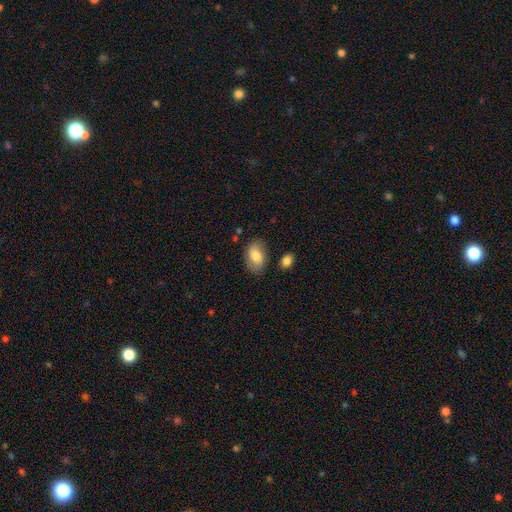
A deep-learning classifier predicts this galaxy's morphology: smooth-or-featured: smooth: 76% | featured or disk: 17% | star or artifact: 7%
  how-rounded: in between: 89% | round: 9% | cigar-shaped: 1%
  merging: none: 71% | minor disturbance: 20% | major disturbance: 6% | merger: 4%